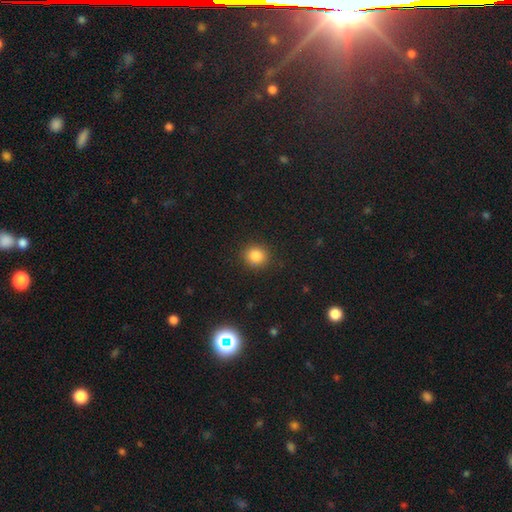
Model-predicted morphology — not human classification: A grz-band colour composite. It shows a smooth galaxy with no disk features (84%) that is round (85%). Merging: none (90%).